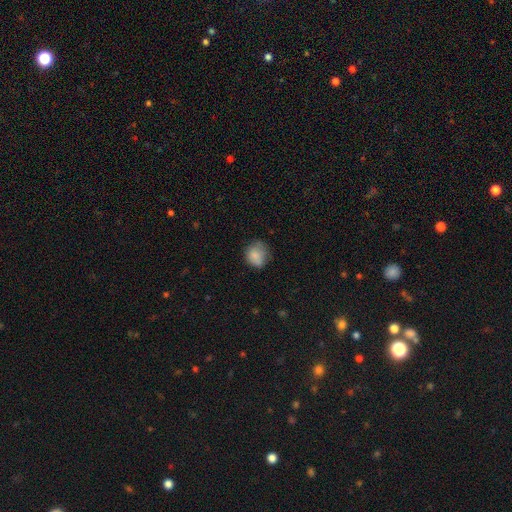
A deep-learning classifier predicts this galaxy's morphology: Smooth or featured? Predicted: smooth (p=0.82). How rounded? Predicted: round (p=0.68). Merging? Predicted: none (p=0.61).